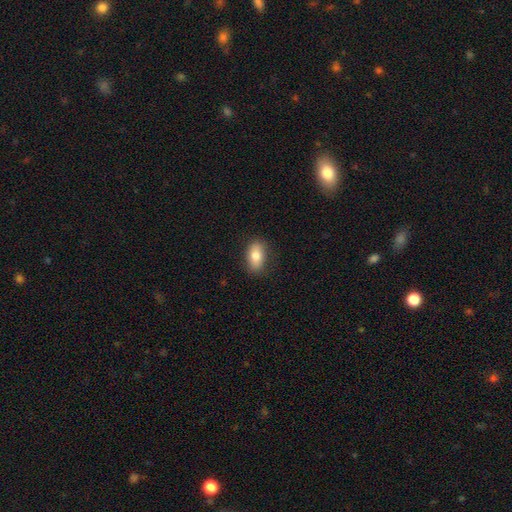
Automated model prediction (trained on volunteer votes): A smooth galaxy with no disk features (79%) that is in between round and cigar-shaped (88%).

Vote fractions:
- Smooth or featured? smooth: 79% / featured or disk: 14% / star or artifact: 7%
- How rounded? in between: 88% / round: 8% / cigar-shaped: 4%
- Merging? none: 84% / minor disturbance: 12% / major disturbance: 3% / merger: 1%